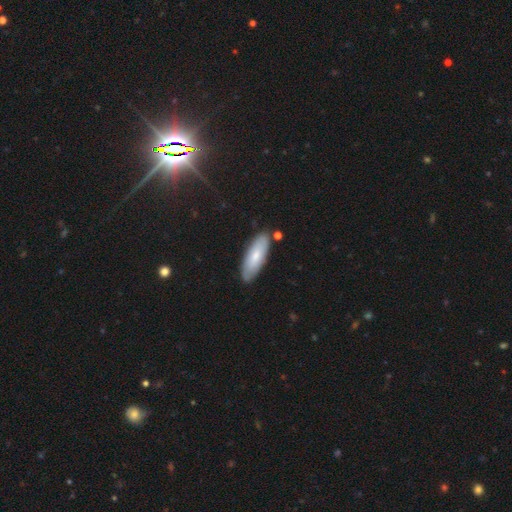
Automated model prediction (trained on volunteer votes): Morphology: type=smooth (71%); roundness=in between (63%); merging=none (83%).